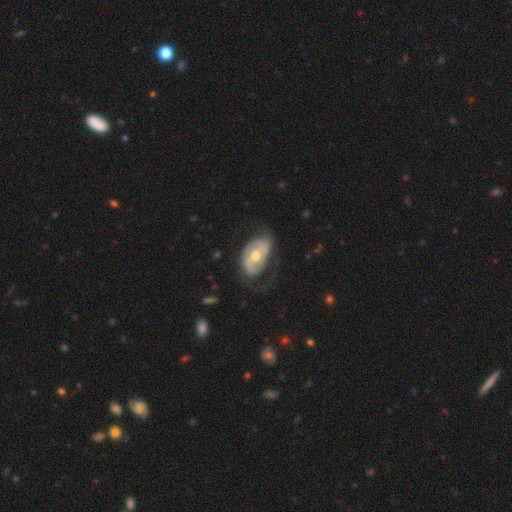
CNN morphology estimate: smooth_or_featured: featured or disk (p=0.65) [alt: smooth p=0.29]
disk_edge_on: no (p=0.94) [alt: yes p=0.06]
bar: no (p=0.58) [alt: weak p=0.29]
has_spiral_arms: yes (p=0.70) [alt: no p=0.30]
bulge_size: moderate (p=0.70) [alt: small p=0.24]
merging: none (p=0.54) [alt: minor disturbance p=0.27]